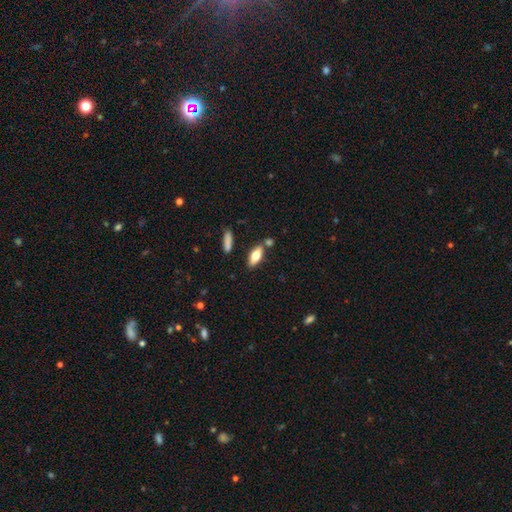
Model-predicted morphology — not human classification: Smooth or featured?
  - smooth: 71% *
  - featured or disk: 22%
  - star or artifact: 7%
How rounded?
  - in between: 77% *
  - cigar-shaped: 21%
  - round: 3%
Merging?
  - none: 77% *
  - minor disturbance: 11%
  - merger: 9%
  - major disturbance: 3%